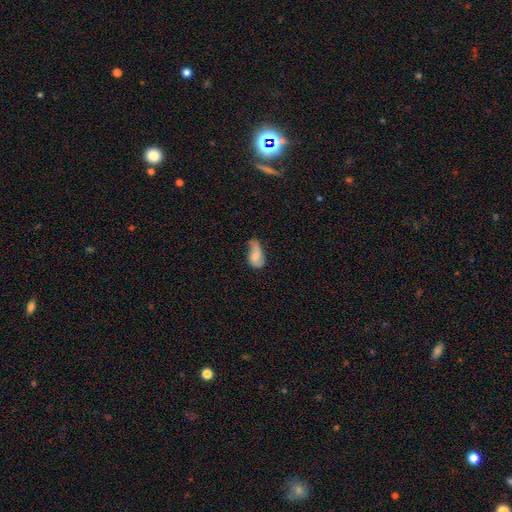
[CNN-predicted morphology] smooth_or_featured: smooth (p=0.64) [alt: featured or disk p=0.28]
how_rounded: in between (p=0.89) [alt: round p=0.06]
merging: minor disturbance (p=0.42) [alt: none p=0.29]